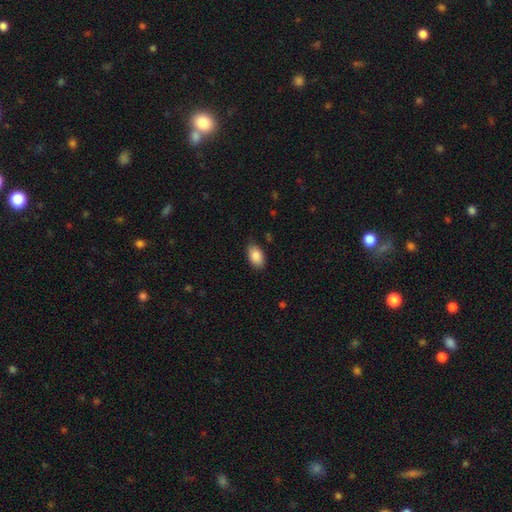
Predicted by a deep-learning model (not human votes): The model was most divided on "merging": none: 81%, minor disturbance: 15%, major disturbance: 3%, merger: 1%. More confident: how rounded — in between (92%); smooth or featured — smooth (88%).